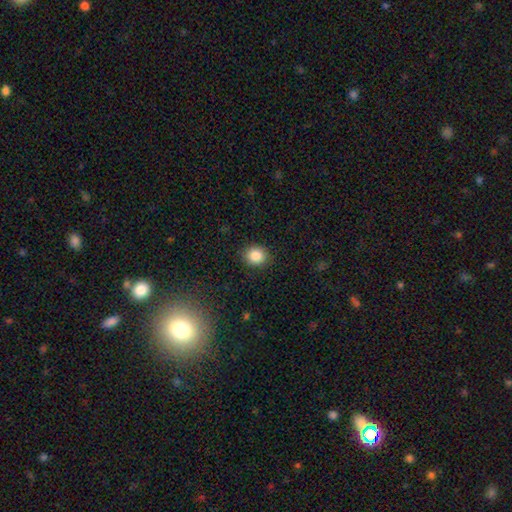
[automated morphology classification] smooth 86%, star or artifact 9%, featured or disk 4%. Down the decision tree: how rounded — round (79%); merging — none (89%).